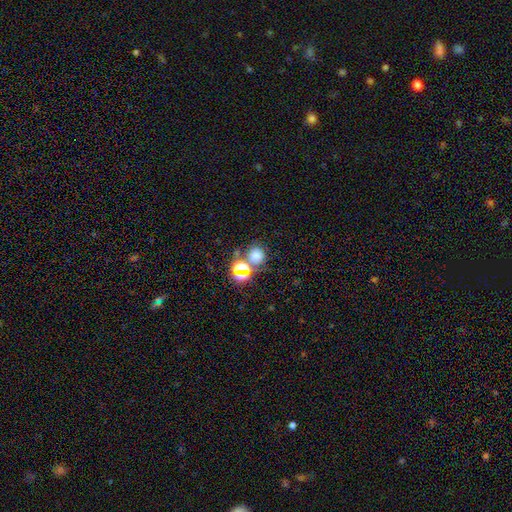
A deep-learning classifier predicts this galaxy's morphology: Smooth or featured? smooth (63%)
How rounded? round (81%)
Merging? none (56%)